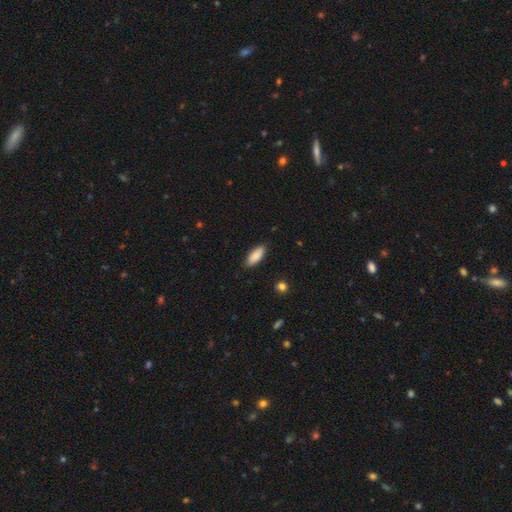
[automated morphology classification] This appears to be a smooth galaxy with no disk features (89%) that is in between round and cigar-shaped (78%). Merging: none (88%).